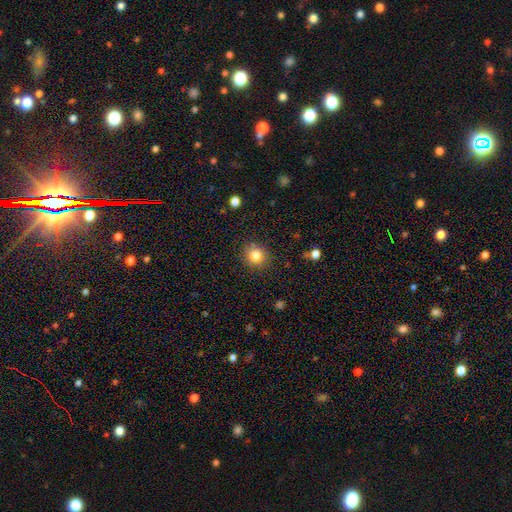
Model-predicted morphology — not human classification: type=smooth (82%); roundness=round (89%); merging=none (89%).